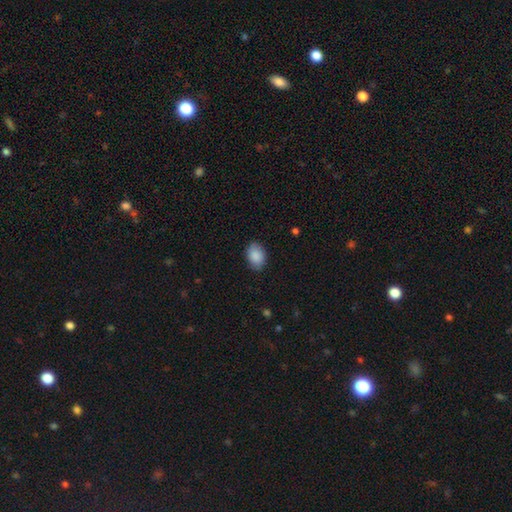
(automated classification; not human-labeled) A smooth galaxy with no disk features (89%) that is in between round and cigar-shaped (81%).

Vote fractions:
- Smooth or featured? smooth: 89% / star or artifact: 6% / featured or disk: 5%
- How rounded? in between: 81% / round: 18% / cigar-shaped: 1%
- Merging? none: 84% / minor disturbance: 13% / major disturbance: 3% / merger: 1%